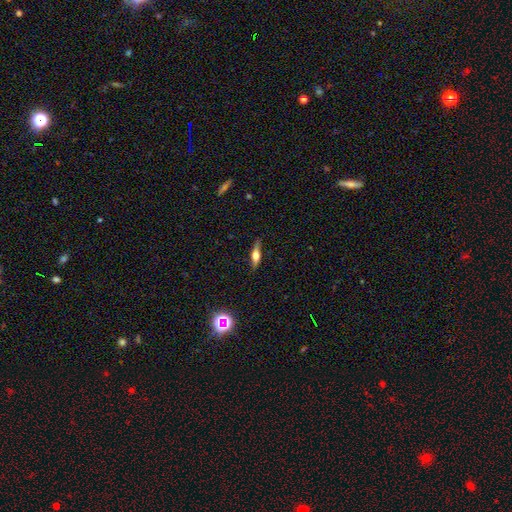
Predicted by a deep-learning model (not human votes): Smooth or featured: featured or disk — 55% (smooth — 38%)
Edge-on disk: yes — 92% (no — 8%)
Edge-on bulge: rounded — 90% (boxy — 7%)
Merging: none — 83% (minor disturbance — 13%)